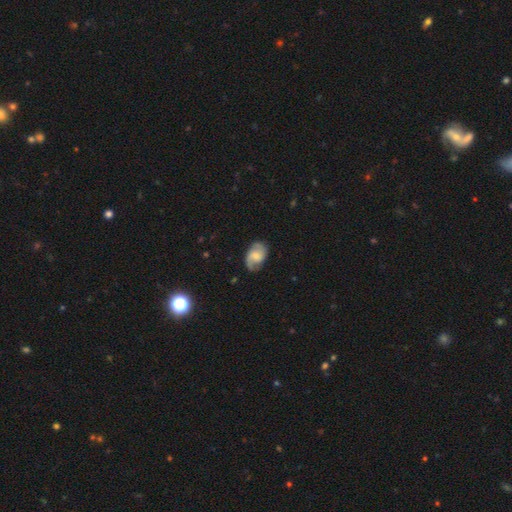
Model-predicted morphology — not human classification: featured or disk 64%, smooth 29%, star or artifact 7%. Down the decision tree: edge-on disk — no (97%); bar — no (59%); spiral arms — yes (92%); spiral arm count — 2 (77%); spiral winding — medium (45%); bulge size — small (48%); merging — none (70%).